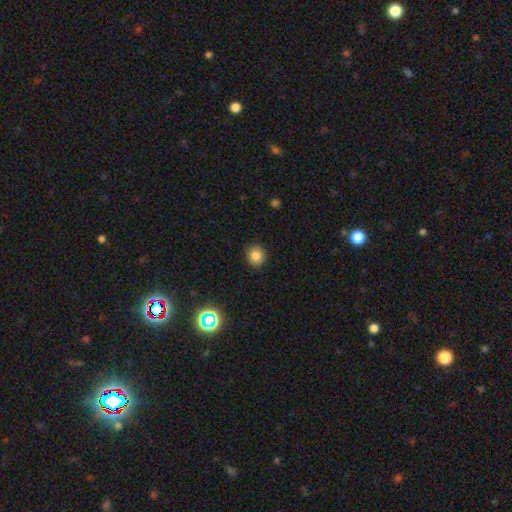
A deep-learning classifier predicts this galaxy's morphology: Smooth or featured?
  - smooth: 83% *
  - star or artifact: 12%
  - featured or disk: 5%
How rounded?
  - round: 87% *
  - in between: 12%
  - cigar-shaped: 1%
Merging?
  - none: 90% *
  - minor disturbance: 7%
  - major disturbance: 2%
  - merger: 1%